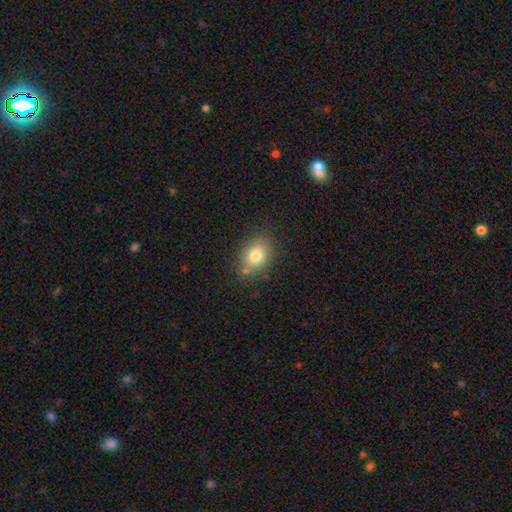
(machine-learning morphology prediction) Smooth or featured? smooth (78%)
How rounded? in between (57%)
Merging? none (76%)